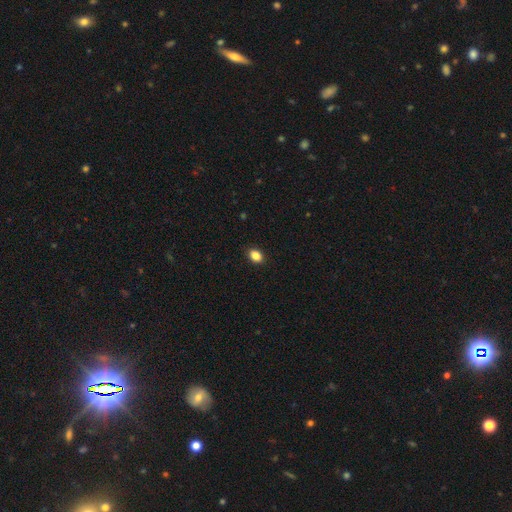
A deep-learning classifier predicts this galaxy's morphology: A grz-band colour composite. It shows a smooth galaxy with no disk features (87%) that is in between round and cigar-shaped (68%). Merging: none (90%).